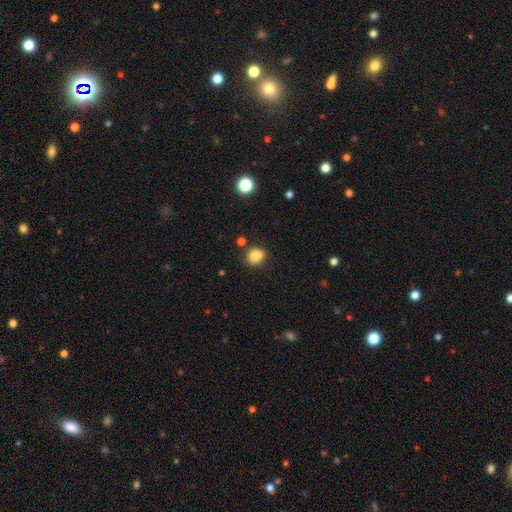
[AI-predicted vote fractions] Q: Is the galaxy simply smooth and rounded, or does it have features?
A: smooth — 85%.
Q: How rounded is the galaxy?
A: round — 63%.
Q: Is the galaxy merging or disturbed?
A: none — 75%.